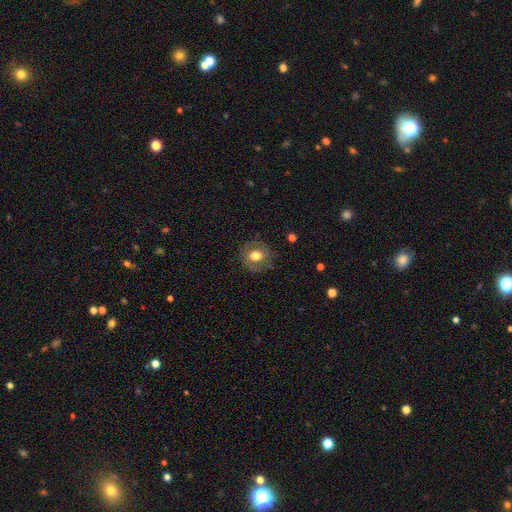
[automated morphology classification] smooth 62%, featured or disk 29%, star or artifact 9%. Down the decision tree: how rounded — round (82%); merging — none (80%).